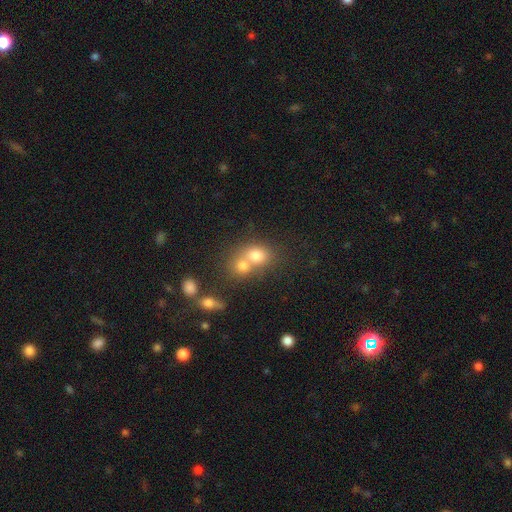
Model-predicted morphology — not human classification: Smooth or featured?
  - smooth: 74% *
  - featured or disk: 14%
  - star or artifact: 12%
How rounded?
  - round: 62% *
  - in between: 37%
  - cigar-shaped: 1%
Merging?
  - merger: 60% *
  - none: 30%
  - minor disturbance: 6%
  - major disturbance: 3%